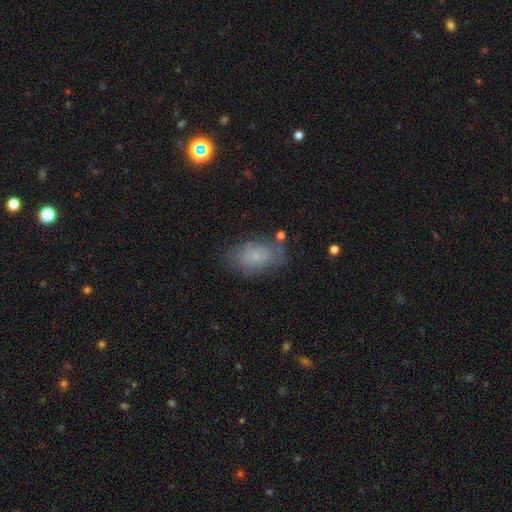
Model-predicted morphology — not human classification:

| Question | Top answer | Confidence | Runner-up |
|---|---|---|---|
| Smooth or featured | smooth | 62% | featured or disk (27%) |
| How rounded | in between | 88% | round (10%) |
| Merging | none | 63% | minor disturbance (23%) |